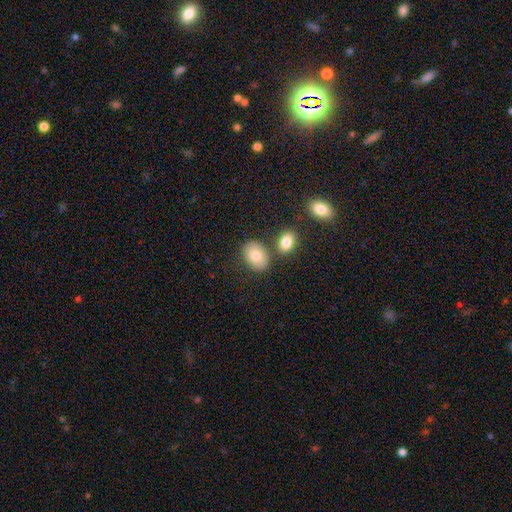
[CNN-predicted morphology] A smooth galaxy with no disk features (80%) that is in between round and cigar-shaped (78%). Merging: none (70%).